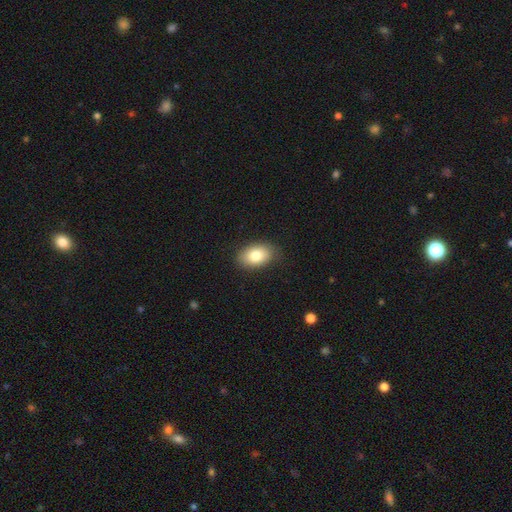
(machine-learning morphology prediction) This is clearly a smooth galaxy (81%). How rounded: clearly in between (88%). Merging: clearly none (85%).